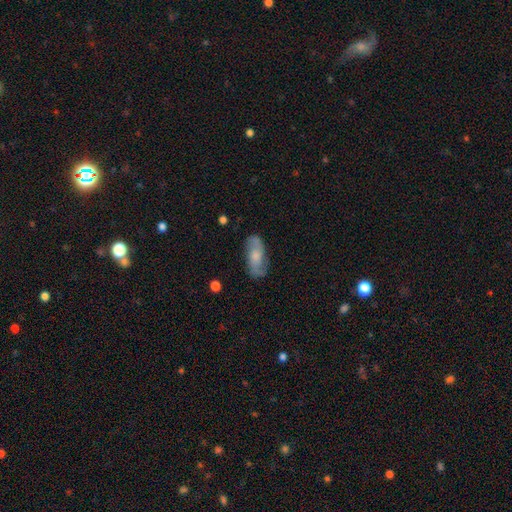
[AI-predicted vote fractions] Smooth or featured? featured or disk (57%)
Edge-on disk? no (89%)
Bar? no (64%)
Spiral arms? yes (88%)
Bulge size? moderate (40%)
Merging? none (75%)